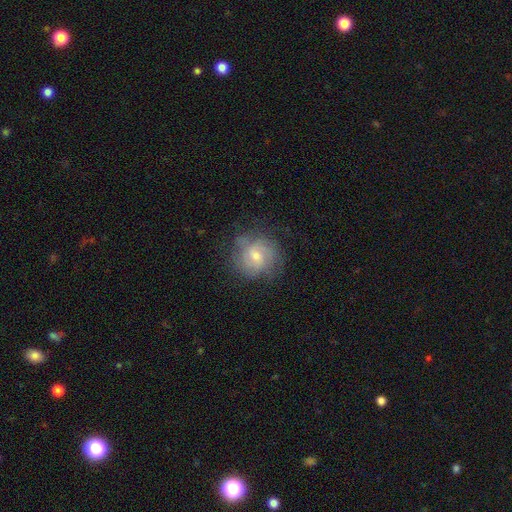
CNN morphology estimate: This appears to be a featured or disk galaxy (50%). Merging: none (69%).